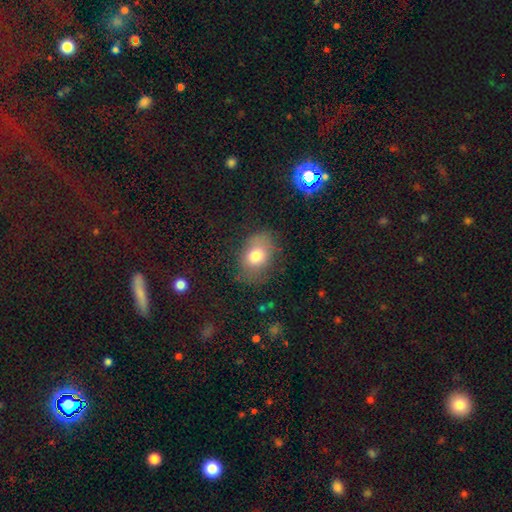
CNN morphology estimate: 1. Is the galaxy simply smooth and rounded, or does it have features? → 74% smooth, 16% featured or disk, 10% star or artifact.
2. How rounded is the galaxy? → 72% in between, 26% round, 1% cigar-shaped.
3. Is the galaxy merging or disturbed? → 67% none, 22% minor disturbance, 9% major disturbance, 2% merger.